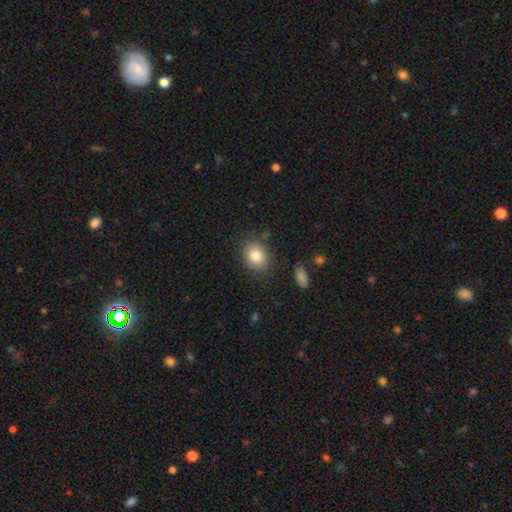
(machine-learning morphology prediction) Smooth or featured? Predicted: smooth (p=0.83). How rounded? Predicted: round (p=0.52). Merging? Predicted: none (p=0.82).